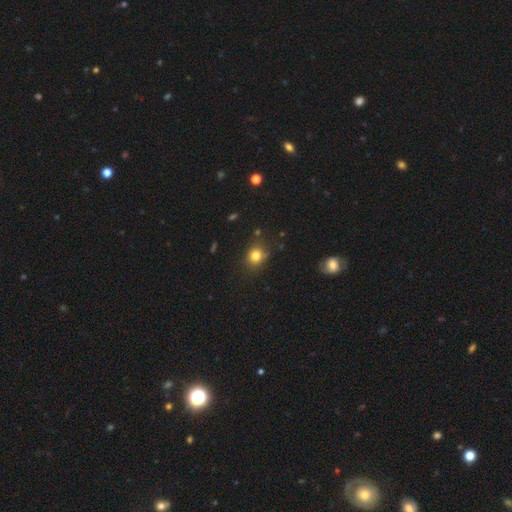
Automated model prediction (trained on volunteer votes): Morphology: type=smooth (80%); roundness=round (72%); merging=none (78%).